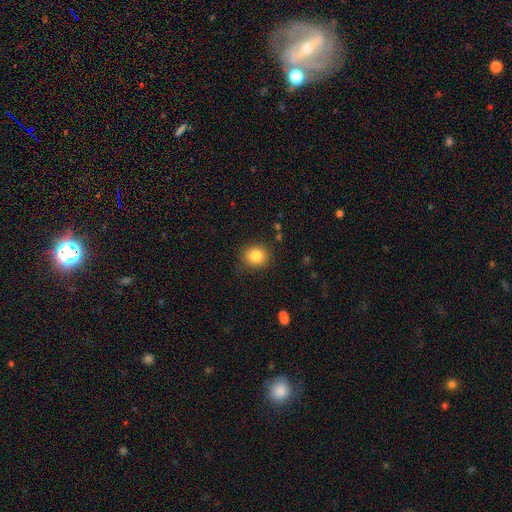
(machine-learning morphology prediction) Overall: smooth (85%). How rounded: round (77%). Merging: none (83%).